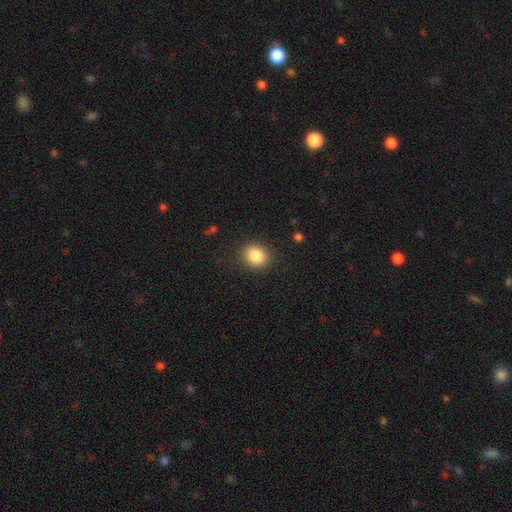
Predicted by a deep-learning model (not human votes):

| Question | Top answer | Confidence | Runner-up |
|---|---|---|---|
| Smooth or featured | smooth | 86% | star or artifact (9%) |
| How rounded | round | 71% | in between (28%) |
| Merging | none | 88% | minor disturbance (8%) |